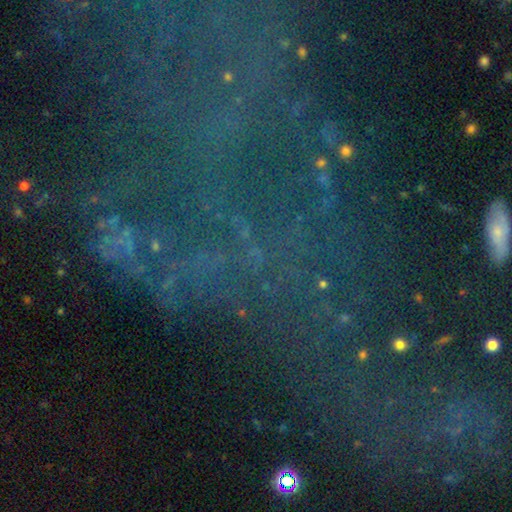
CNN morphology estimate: Smooth or featured? star or artifact (62%)